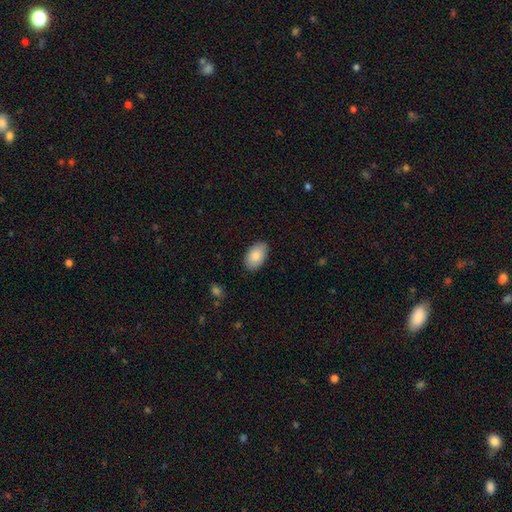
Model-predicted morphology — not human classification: Q: Smooth or featured?
A: smooth (85%); runner-up: featured or disk (9%)
Q: How rounded?
A: in between (93%); runner-up: round (6%)
Q: Merging?
A: none (87%); runner-up: minor disturbance (10%)